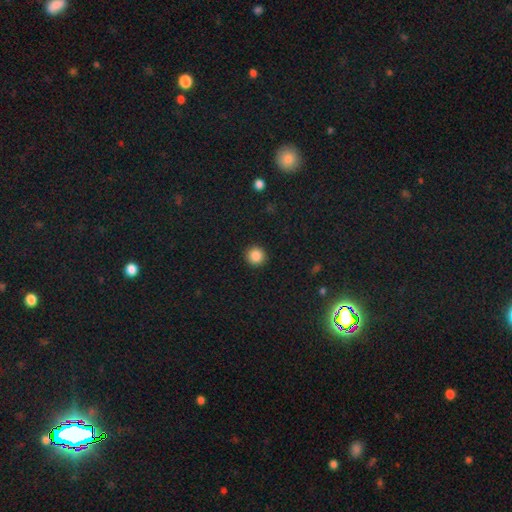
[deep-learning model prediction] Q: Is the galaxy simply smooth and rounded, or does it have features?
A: smooth — 87%.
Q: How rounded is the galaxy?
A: round — 95%.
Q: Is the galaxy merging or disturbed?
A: none — 92%.